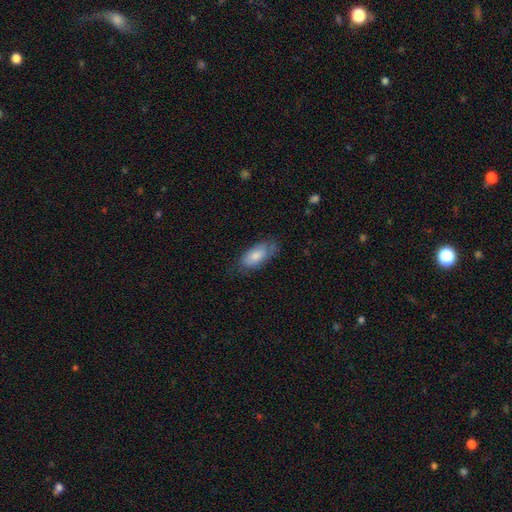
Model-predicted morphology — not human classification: A smooth galaxy with no disk features (76%) that is in between round and cigar-shaped (90%). Merging: none (64%).